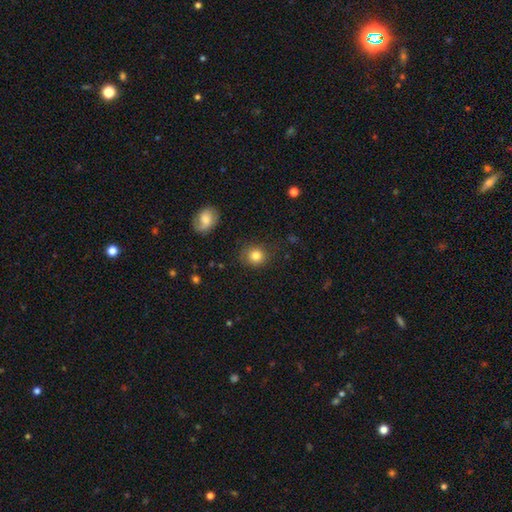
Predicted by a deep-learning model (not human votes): Overall: smooth (82%). How rounded: round (82%). Merging: none (80%).